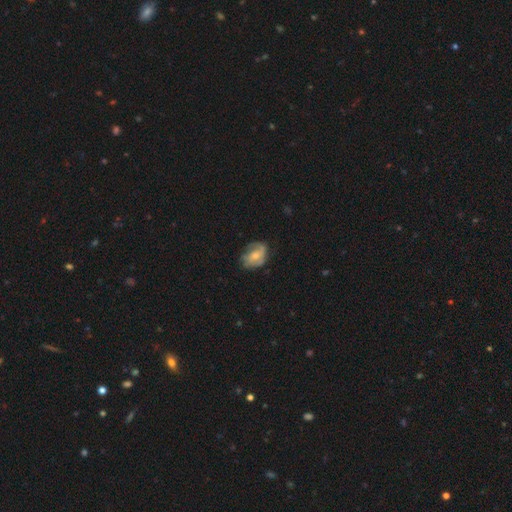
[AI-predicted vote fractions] Q: Smooth or featured?
A: featured or disk (53%); runner-up: smooth (39%)
Q: Edge-on disk?
A: no (97%); runner-up: yes (3%)
Q: Bar?
A: no (66%); runner-up: weak (29%)
Q: Spiral arms?
A: yes (77%); runner-up: no (23%)
Q: Bulge size?
A: moderate (51%); runner-up: small (35%)
Q: Merging?
A: none (57%); runner-up: minor disturbance (28%)